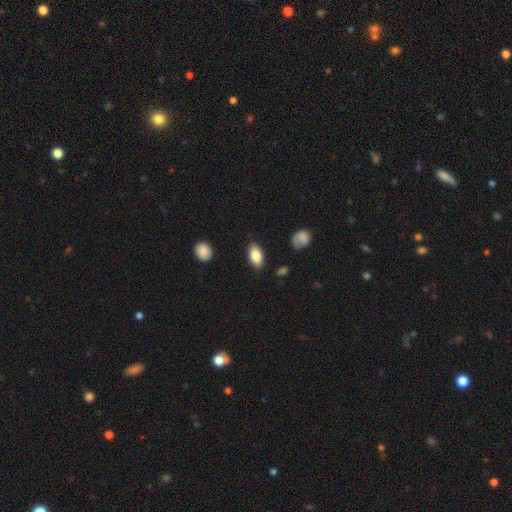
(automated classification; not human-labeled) This appears to be a smooth galaxy with no disk features (85%) that is in between round and cigar-shaped (92%). Merging: none (86%).